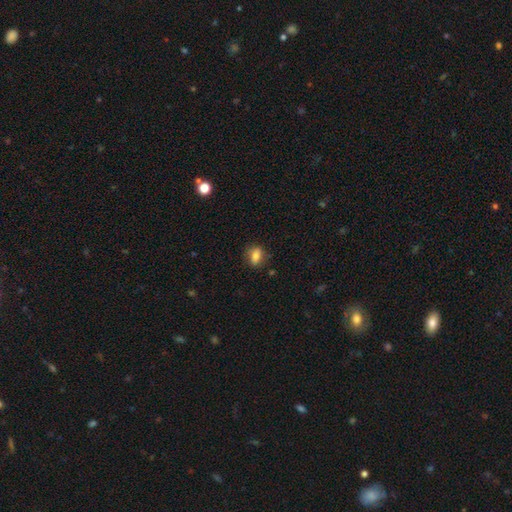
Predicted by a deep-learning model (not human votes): smooth 81%, star or artifact 9%, featured or disk 9%. Down the decision tree: how rounded — in between (72%); merging — none (77%).